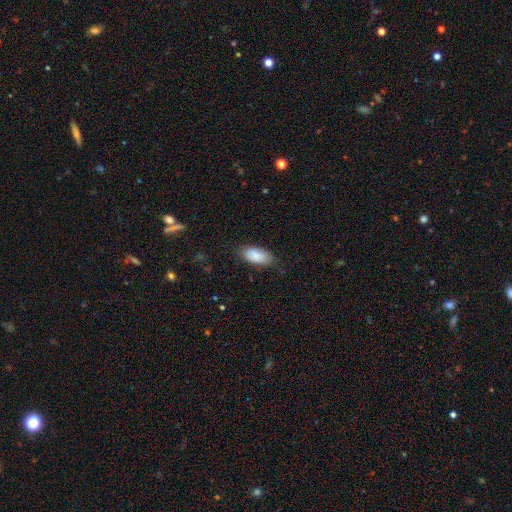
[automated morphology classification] Smooth or featured?
  - smooth: 85% *
  - featured or disk: 9%
  - star or artifact: 6%
How rounded?
  - in between: 92% *
  - cigar-shaped: 6%
  - round: 2%
Merging?
  - none: 78% *
  - minor disturbance: 17%
  - major disturbance: 4%
  - merger: 1%